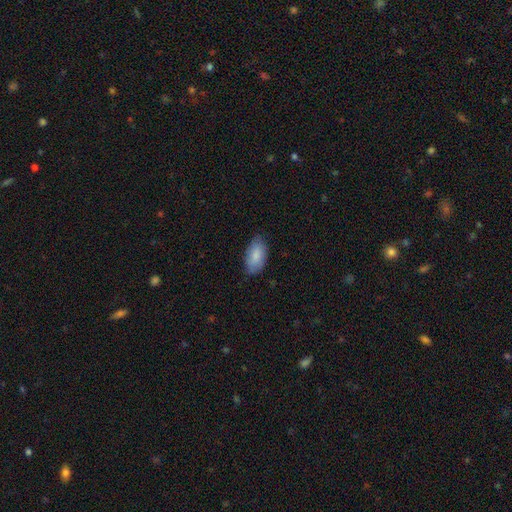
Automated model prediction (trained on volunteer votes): This appears to be a smooth galaxy with no disk features (86%) that is in between round and cigar-shaped (94%). Merging: none (78%).